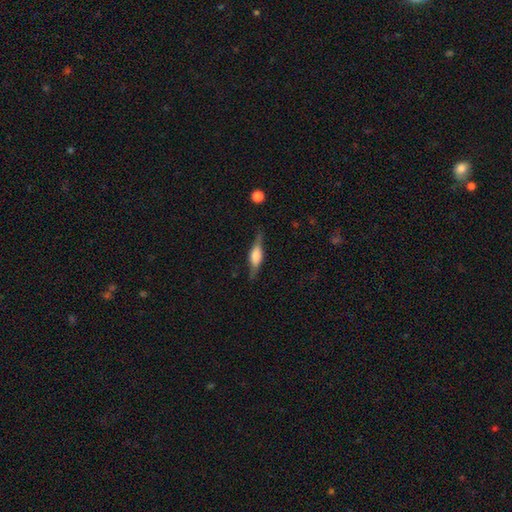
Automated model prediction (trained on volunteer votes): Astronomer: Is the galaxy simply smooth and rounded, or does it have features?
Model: featured or disk — 61%.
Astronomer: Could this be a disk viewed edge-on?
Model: yes — 94%.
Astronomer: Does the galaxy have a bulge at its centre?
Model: rounded — 71%.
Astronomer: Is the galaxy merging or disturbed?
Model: none — 80%.